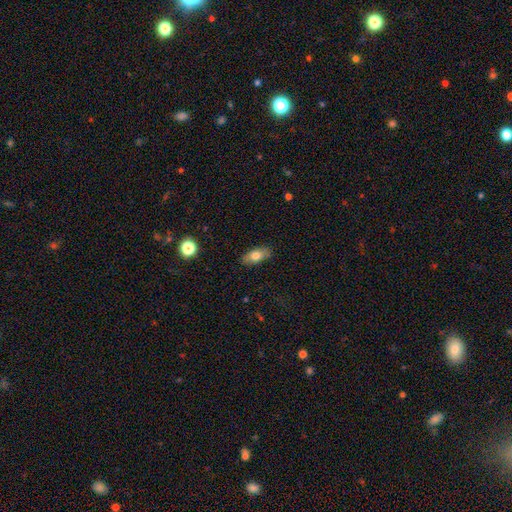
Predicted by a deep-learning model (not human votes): Smooth or featured? Predicted: smooth (p=0.75). How rounded? Predicted: in between (p=0.85). Merging? Predicted: none (p=0.86).